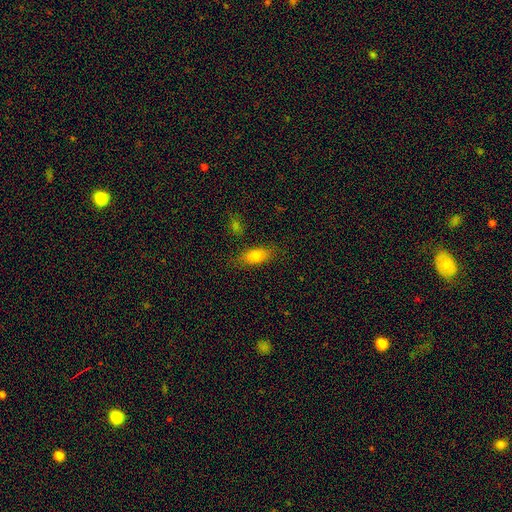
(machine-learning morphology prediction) A smooth galaxy with no disk features (77%) that is in between round and cigar-shaped (80%).

Vote fractions:
- Smooth or featured? smooth: 77% / featured or disk: 14% / star or artifact: 9%
- How rounded? in between: 80% / cigar-shaped: 14% / round: 6%
- Merging? none: 80% / minor disturbance: 13% / major disturbance: 4% / merger: 3%